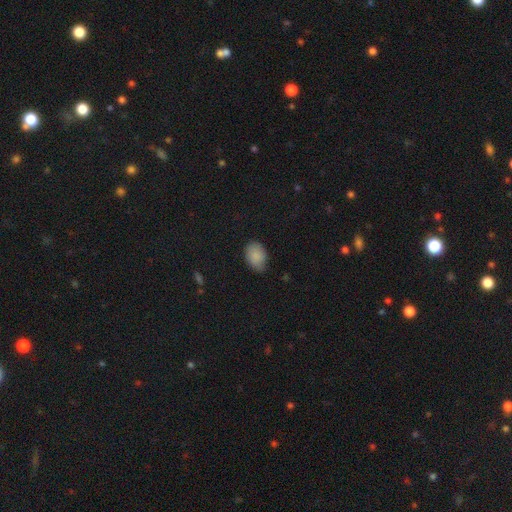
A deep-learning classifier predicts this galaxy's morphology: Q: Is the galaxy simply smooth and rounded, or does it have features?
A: smooth — 86%.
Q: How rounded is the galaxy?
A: in between — 78%.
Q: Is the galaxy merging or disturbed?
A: none — 64%.